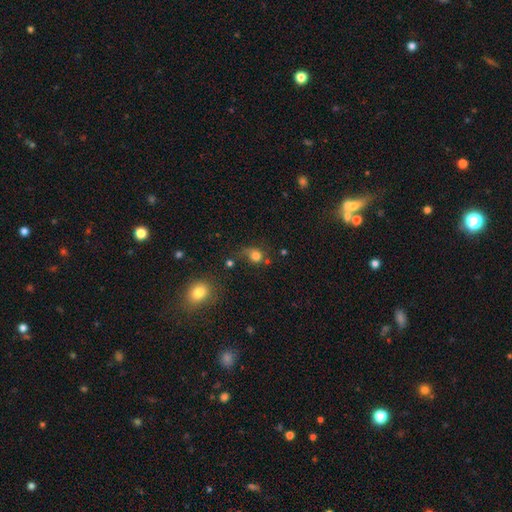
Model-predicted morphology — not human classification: Smooth or featured? Predicted: smooth (p=0.75). How rounded? Predicted: round (p=0.76). Merging? Predicted: none (p=0.41).